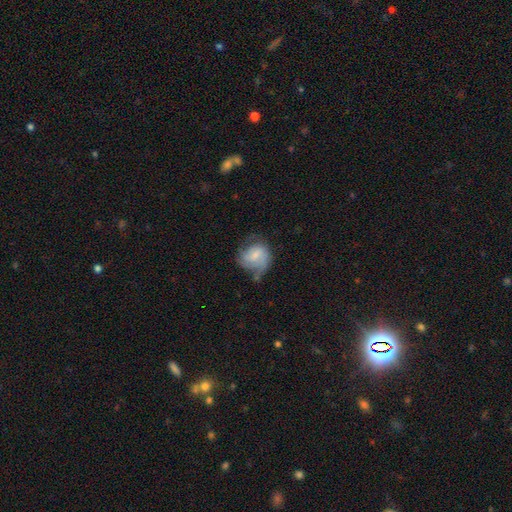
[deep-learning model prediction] Smooth or featured: featured or disk — 47% (smooth — 45%)
Merging: none — 42% (minor disturbance — 32%)